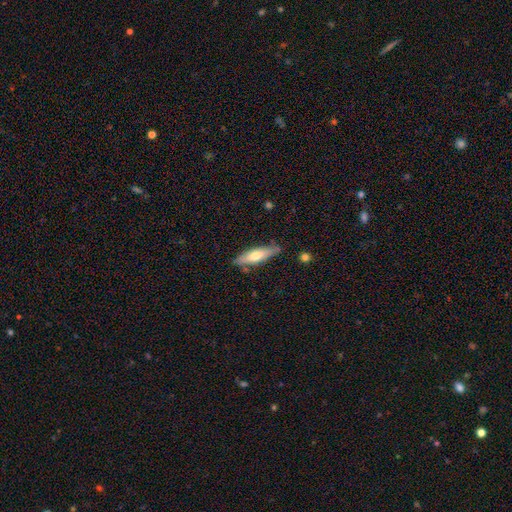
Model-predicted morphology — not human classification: smooth 56%, featured or disk 38%, star or artifact 6%. Down the decision tree: how rounded — cigar-shaped (66%); merging — none (80%).